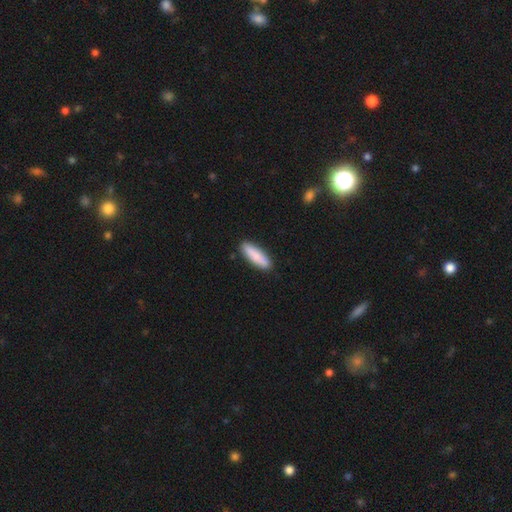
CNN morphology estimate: type=smooth (86%); roundness=cigar-shaped (63%); merging=none (88%).